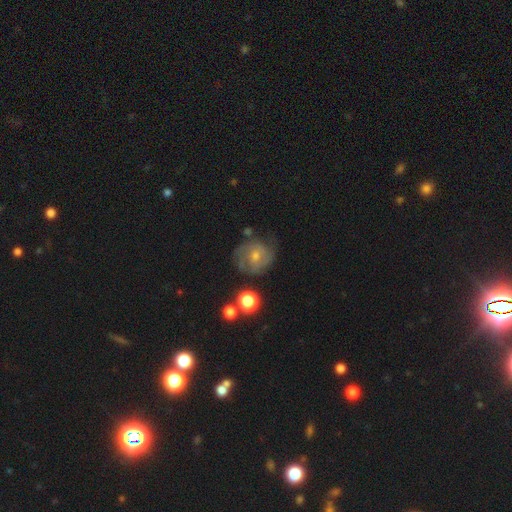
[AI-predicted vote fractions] Morphology: type=featured or disk (69%); edge-on=no (97%); bar=no (62%); spiral arms=yes (89%); winding=tight (53%); arm count=2 (38%); bulge=small (51%); merging=none (69%).